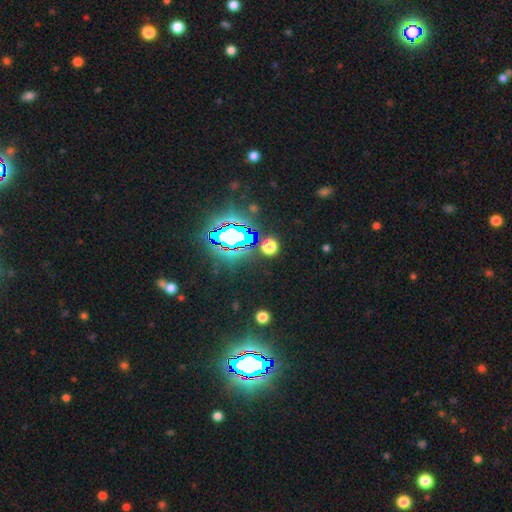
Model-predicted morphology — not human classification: This appears to be a star or artifact, not a galaxy (82%).